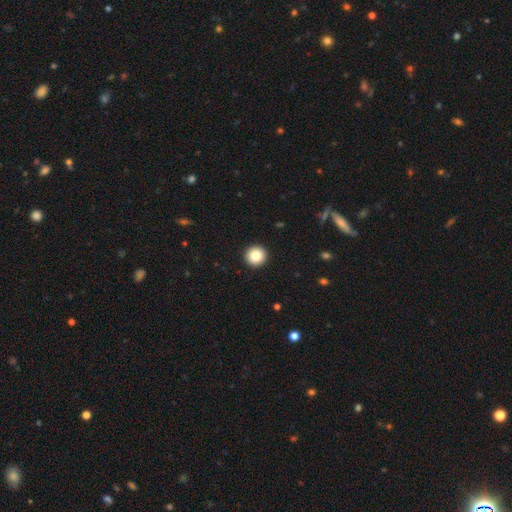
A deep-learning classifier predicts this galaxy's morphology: smooth 84%, star or artifact 9%, featured or disk 7%. Down the decision tree: how rounded — round (96%); merging — none (94%).